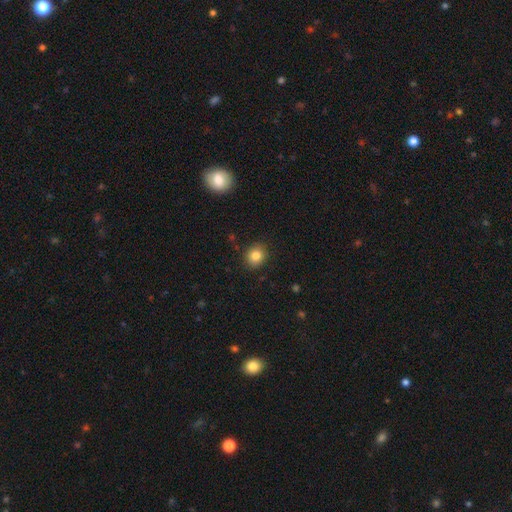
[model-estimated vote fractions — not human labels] This is clearly a smooth galaxy (83%). How rounded: likely round (71%). Merging: clearly none (88%).